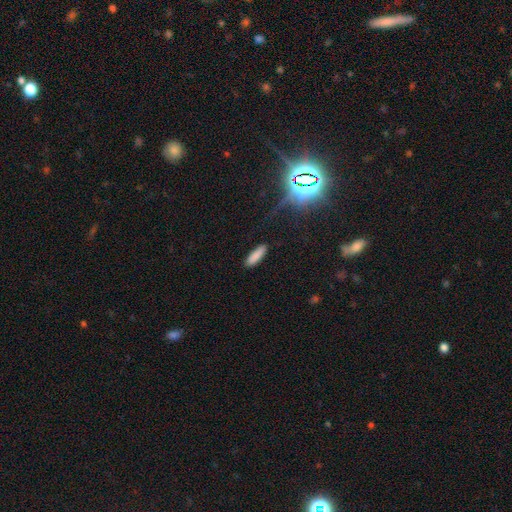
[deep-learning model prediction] Smooth or featured? Predicted: smooth (p=0.86). How rounded? Predicted: cigar-shaped (p=0.61). Merging? Predicted: none (p=0.87).